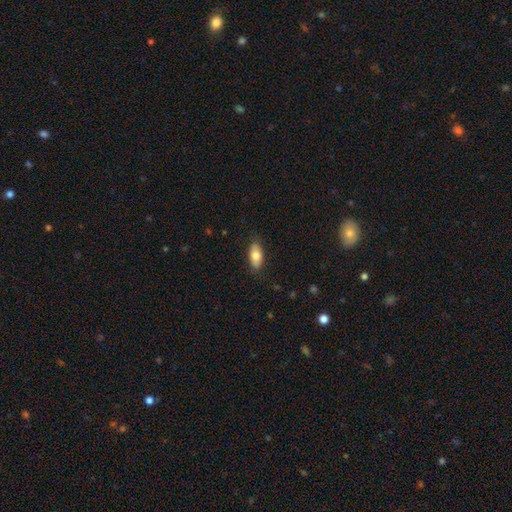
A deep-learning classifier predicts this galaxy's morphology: Q: Smooth or featured?
A: smooth (75%); runner-up: featured or disk (18%)
Q: How rounded?
A: in between (90%); runner-up: cigar-shaped (7%)
Q: Merging?
A: none (84%); runner-up: minor disturbance (12%)